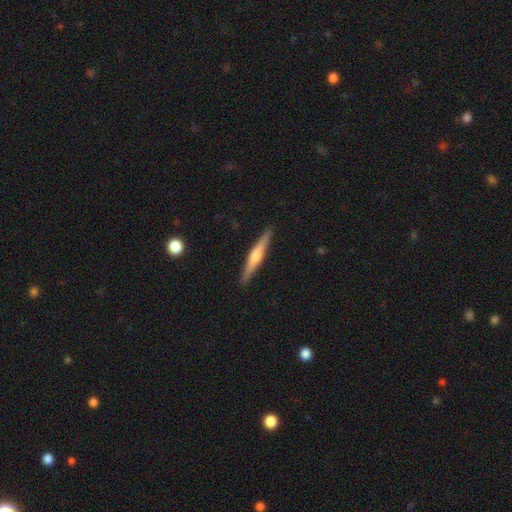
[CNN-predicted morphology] smooth-or-featured: featured or disk: 65% | smooth: 30% | star or artifact: 5%
  disk-edge-on: yes: 98% | no: 2%
    edge-on-bulge: rounded: 85% | none: 7% | boxy: 7%
  merging: none: 91% | minor disturbance: 6% | major disturbance: 1% | merger: 1%